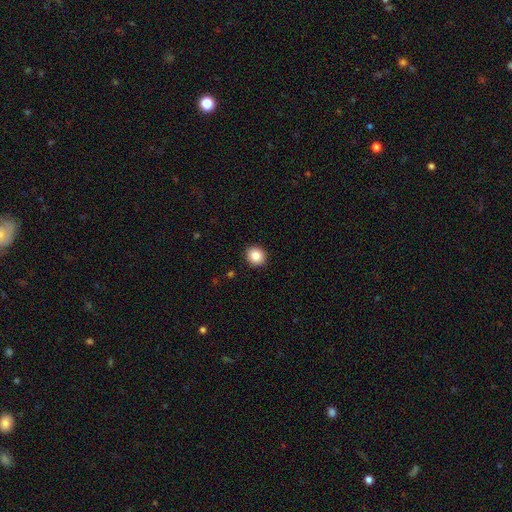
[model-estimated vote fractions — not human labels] A smooth galaxy with no disk features (85%) that is round (88%). Merging: none (92%).